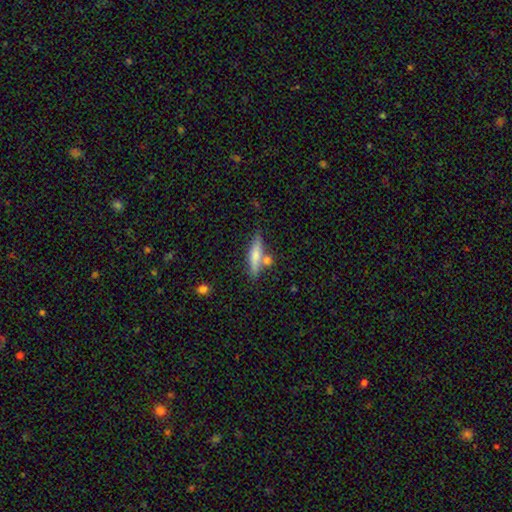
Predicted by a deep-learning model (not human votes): smooth 65%, featured or disk 28%, star or artifact 7%. Down the decision tree: how rounded — cigar-shaped (78%); merging — none (66%).